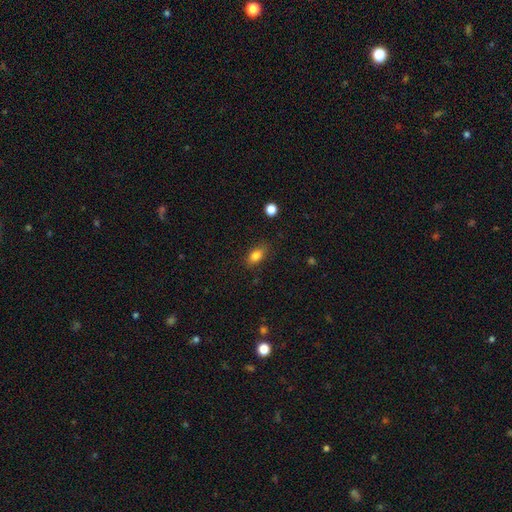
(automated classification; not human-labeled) This is clearly a smooth galaxy (82%). How rounded: clearly in between (83%). Merging: clearly none (80%).